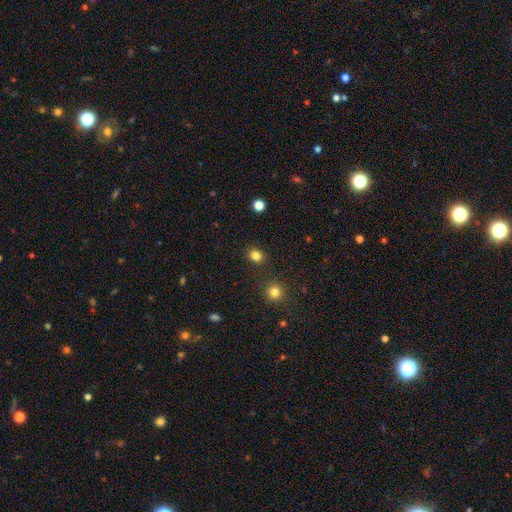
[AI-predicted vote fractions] Smooth or featured?
  - smooth: 81% *
  - star or artifact: 14%
  - featured or disk: 4%
How rounded?
  - round: 74% *
  - in between: 25%
  - cigar-shaped: 1%
Merging?
  - none: 88% *
  - minor disturbance: 7%
  - major disturbance: 2%
  - merger: 2%